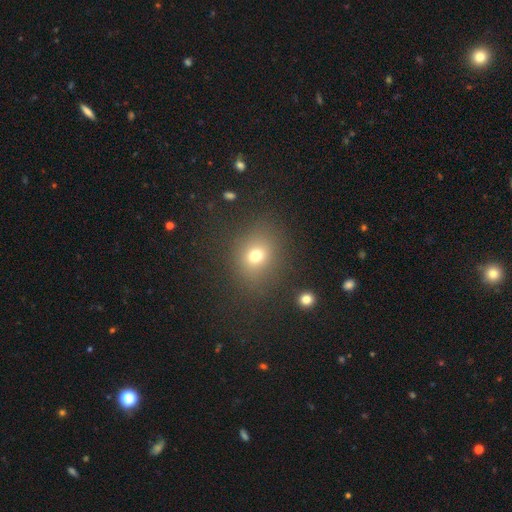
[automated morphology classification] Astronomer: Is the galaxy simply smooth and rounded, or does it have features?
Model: smooth — 71%.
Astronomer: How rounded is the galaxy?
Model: round — 61% (runner-up: in between, 38%).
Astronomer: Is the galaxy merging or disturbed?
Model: none — 82%.